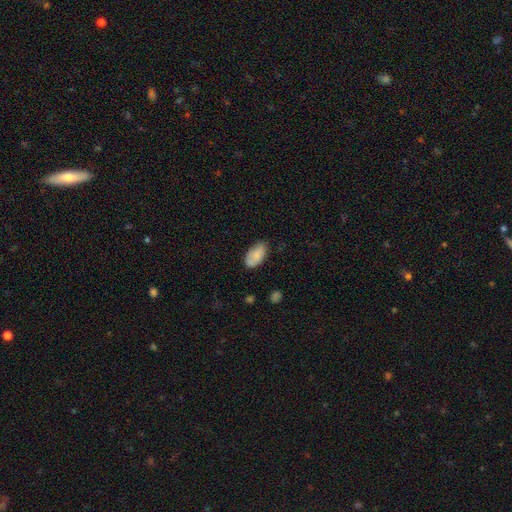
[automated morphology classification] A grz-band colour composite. It shows a smooth galaxy with no disk features (85%) that is in between round and cigar-shaped (94%). Merging: none (74%).